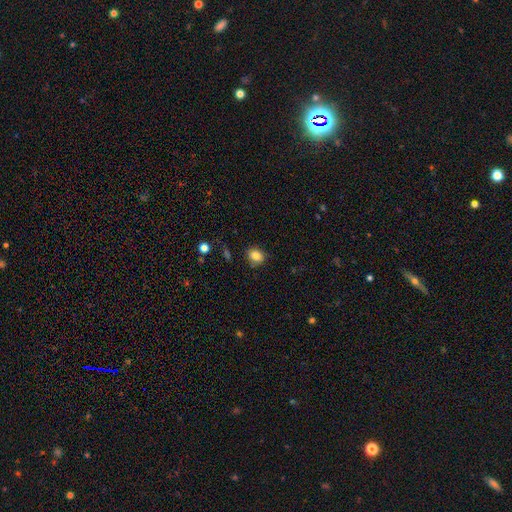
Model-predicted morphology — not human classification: A smooth galaxy with no disk features (82%) that is round (55%).

Vote fractions:
- Smooth or featured? smooth: 82% / star or artifact: 10% / featured or disk: 7%
- How rounded? round: 55% / in between: 44% / cigar-shaped: 1%
- Merging? none: 82% / minor disturbance: 13% / major disturbance: 3% / merger: 2%